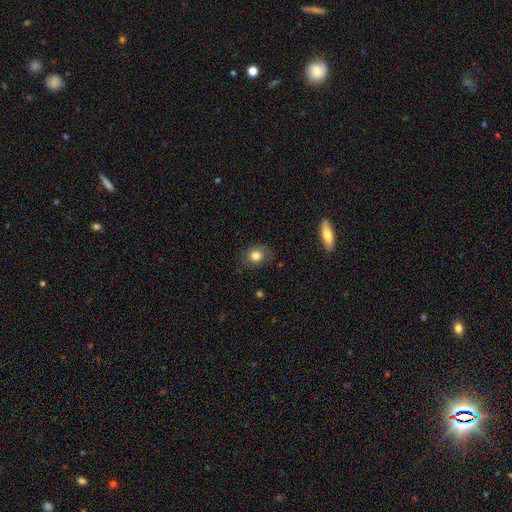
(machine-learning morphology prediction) Smooth or featured? smooth (80%)
How rounded? round (65%)
Merging? none (74%)